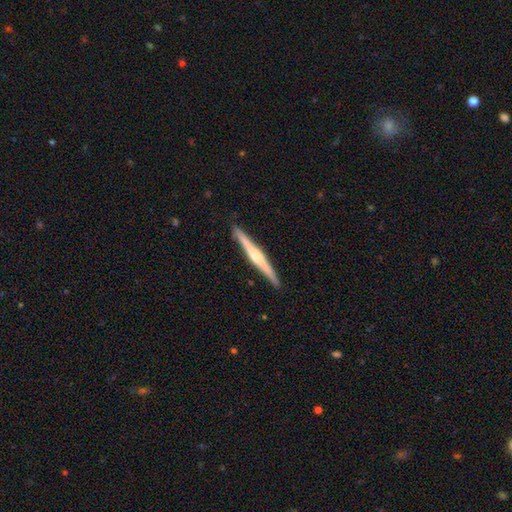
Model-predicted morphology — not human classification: A featured or disk galaxy (69%) viewed edge-on (98%) with a rounded central bulge (65%). Merging: none (90%).